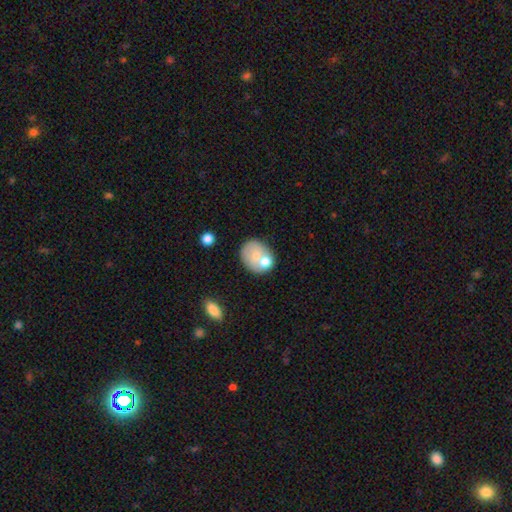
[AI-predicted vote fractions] Smooth or featured? Predicted: smooth (p=0.67). How rounded? Predicted: round (p=0.62). Merging? Predicted: none (p=0.47).